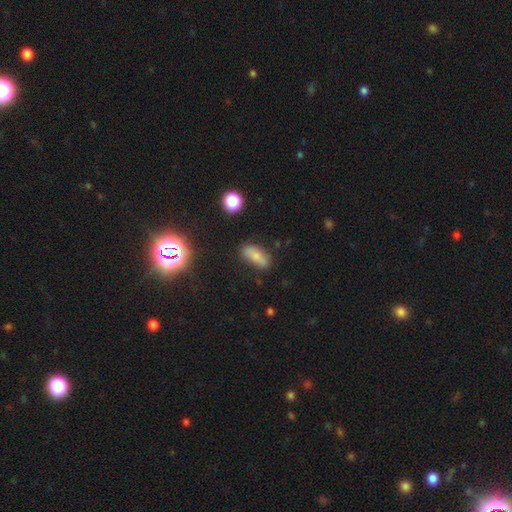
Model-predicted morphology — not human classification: A smooth galaxy with no disk features (75%) that is in between round and cigar-shaped (76%).

Vote fractions:
- Smooth or featured? smooth: 75% / featured or disk: 14% / star or artifact: 11%
- How rounded? in between: 76% / cigar-shaped: 19% / round: 4%
- Merging? none: 75% / minor disturbance: 17% / major disturbance: 5% / merger: 3%